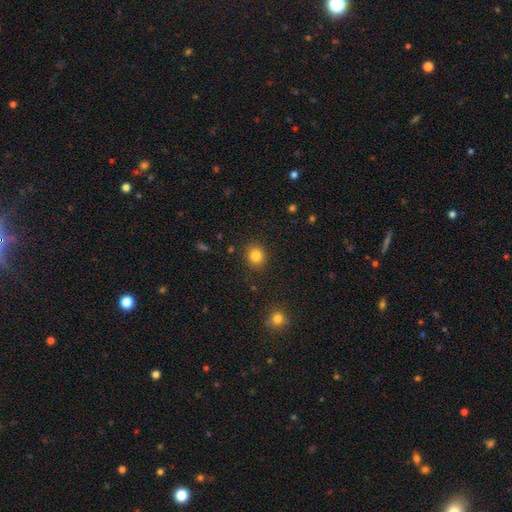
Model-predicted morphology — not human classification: This is clearly a smooth galaxy (83%). How rounded: clearly round (81%). Merging: clearly none (89%).